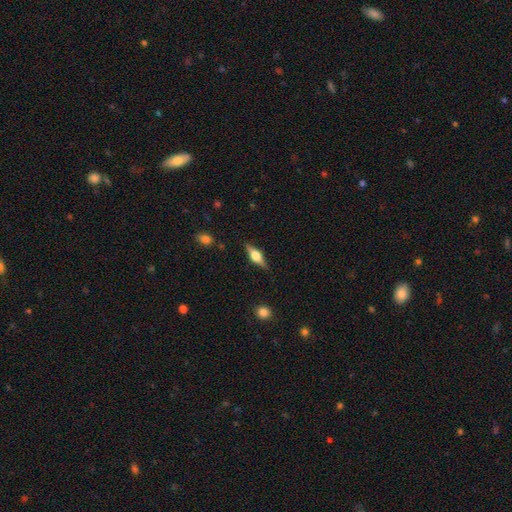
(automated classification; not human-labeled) This is likely a featured or disk galaxy (63%). It is clearly viewed edge-on (96%). Edge-on bulge: clearly rounded (90%). Merging: clearly none (85%).